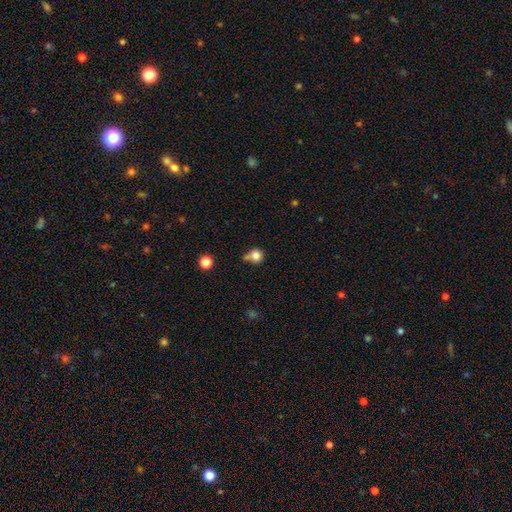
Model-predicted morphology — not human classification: Overall: smooth (80%). How rounded: round (87%). Merging: none (51%; merger 25%).